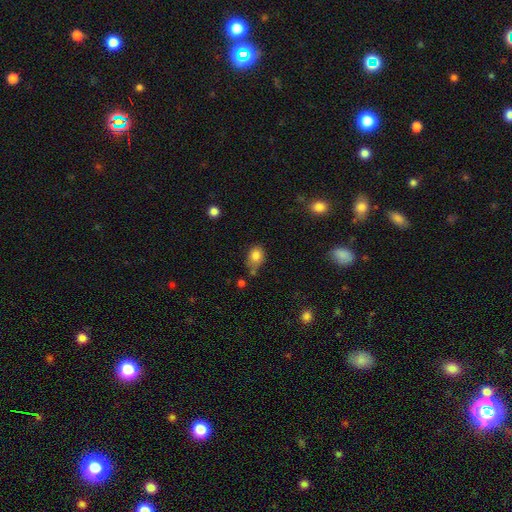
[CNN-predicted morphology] Smooth or featured: smooth — 82% (star or artifact — 10%)
How rounded: in between — 57% (round — 41%)
Merging: none — 55% (minor disturbance — 28%)